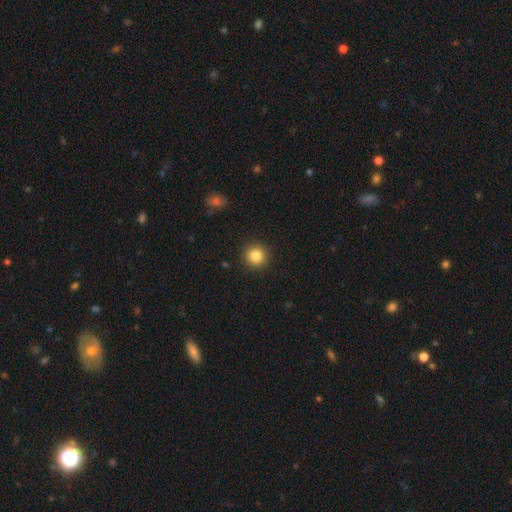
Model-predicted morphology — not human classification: smooth-or-featured: smooth: 84% | star or artifact: 11% | featured or disk: 5%
  how-rounded: round: 94% | in between: 5% | cigar-shaped: 1%
  merging: none: 92% | minor disturbance: 5% | major disturbance: 2% | merger: 1%